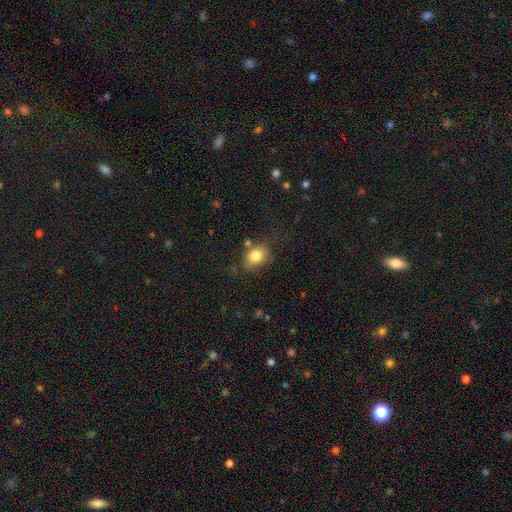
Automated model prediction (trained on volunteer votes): Smooth or featured? Predicted: smooth (p=0.80). How rounded? Predicted: in between (p=0.61). Merging? Predicted: none (p=0.68).